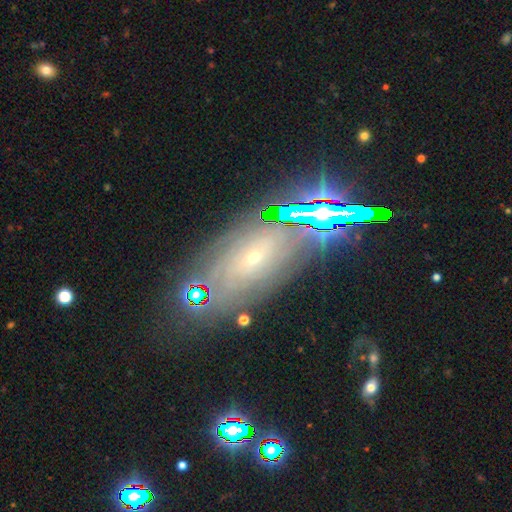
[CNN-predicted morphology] featured or disk 45%, star or artifact 33%, smooth 21%. Down the decision tree: merging — none (64%).